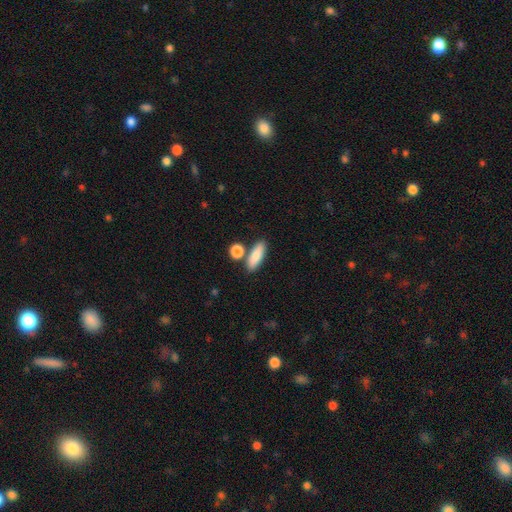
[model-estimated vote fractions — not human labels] Smooth or featured?
  - smooth: 84% *
  - featured or disk: 10%
  - star or artifact: 6%
How rounded?
  - in between: 61% *
  - cigar-shaped: 34%
  - round: 5%
Merging?
  - none: 72% *
  - merger: 14%
  - minor disturbance: 11%
  - major disturbance: 3%